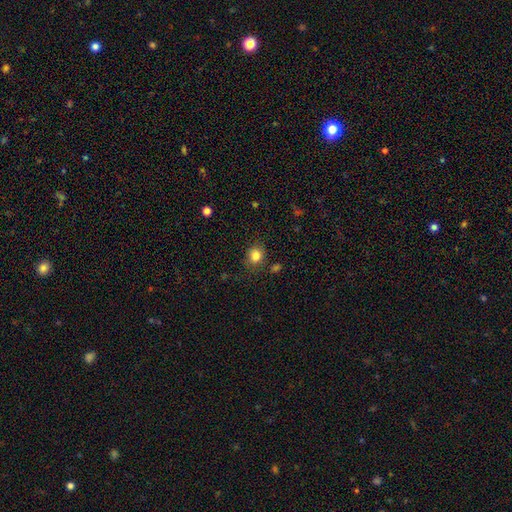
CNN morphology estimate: This is clearly a smooth galaxy (84%). How rounded: likely round (74%). Merging: clearly none (82%).